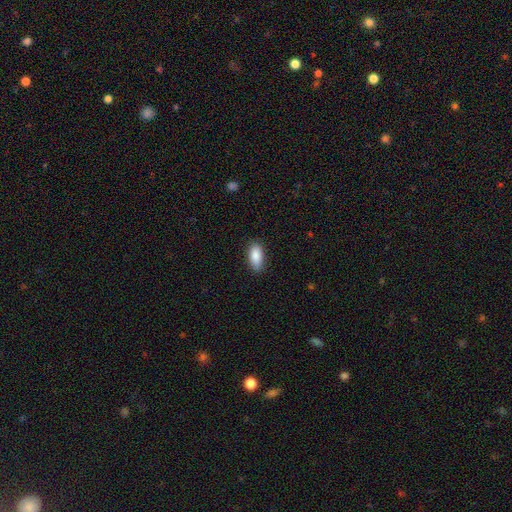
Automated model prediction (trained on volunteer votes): smooth_or_featured: smooth (p=0.88) [alt: star or artifact p=0.07]
how_rounded: in between (p=0.87) [alt: cigar-shaped p=0.10]
merging: none (p=0.83) [alt: minor disturbance p=0.13]